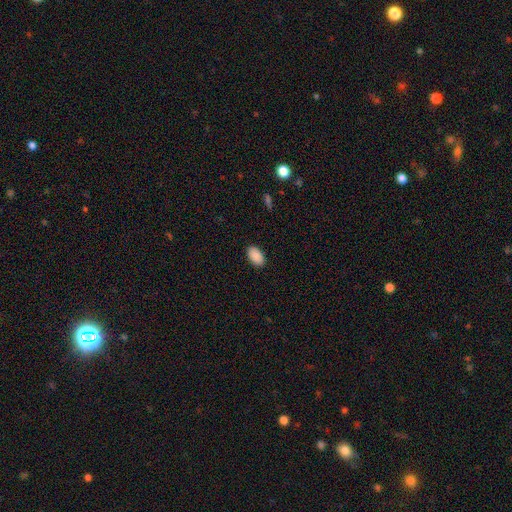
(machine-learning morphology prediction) The model was most divided on "merging": none: 89%, minor disturbance: 8%, major disturbance: 2%, merger: 1%. More confident: how rounded — in between (94%); smooth or featured — smooth (90%).